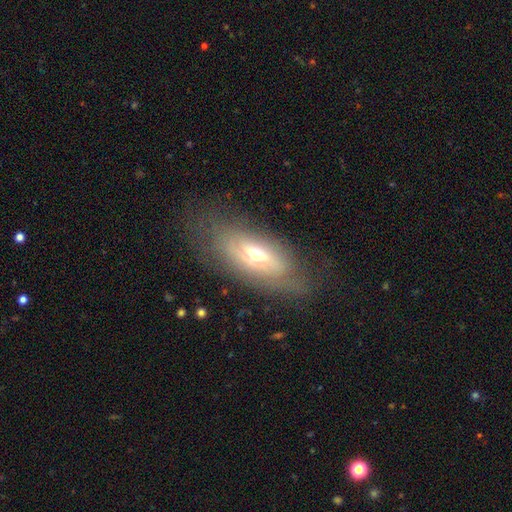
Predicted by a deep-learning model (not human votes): Smooth or featured: featured or disk — 53% (smooth — 38%)
Edge-on disk: no — 64% (yes — 36%)
Merging: none — 62% (minor disturbance — 22%)